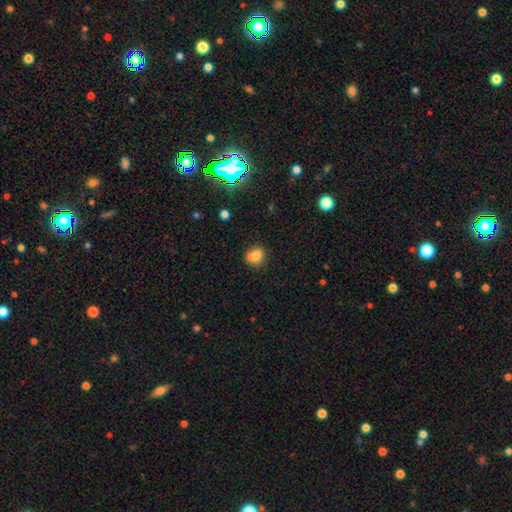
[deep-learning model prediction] smooth 78%, star or artifact 12%, featured or disk 10%. Down the decision tree: how rounded — round (76%); merging — none (59%).